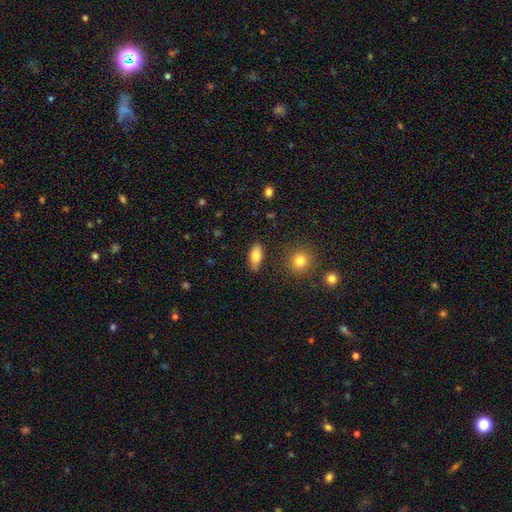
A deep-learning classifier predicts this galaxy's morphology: type=smooth (77%); roundness=in between (86%); merging=none (83%).